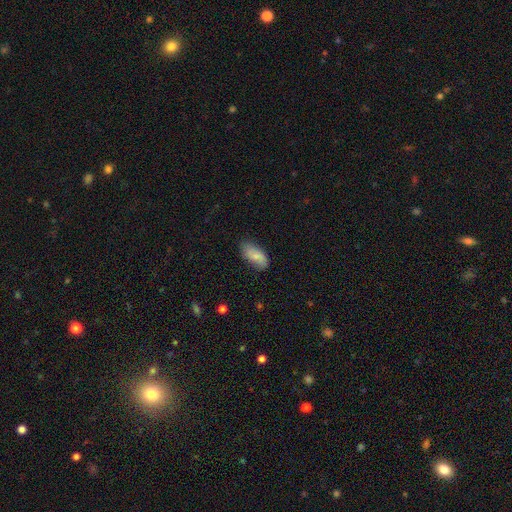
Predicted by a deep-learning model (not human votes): Morphology: type=smooth (75%); roundness=in between (91%); merging=none (72%).